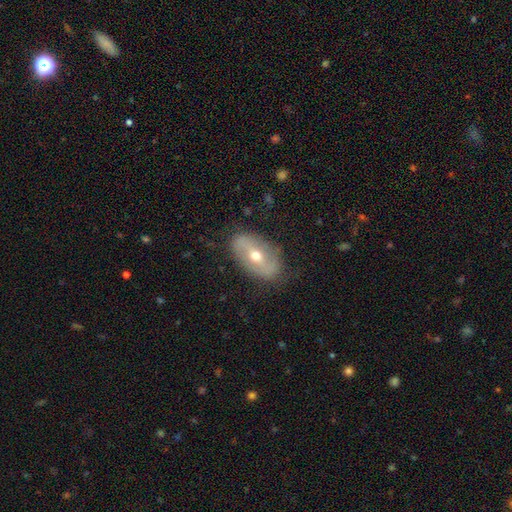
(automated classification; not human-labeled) Overall: featured or disk (61%; smooth 31%). Edge-on disk: no (89%). Bar: strong (36%; no 33%). Spiral arms: no (53%; yes 47%). Bulge size: moderate (69%). Merging: none (80%).